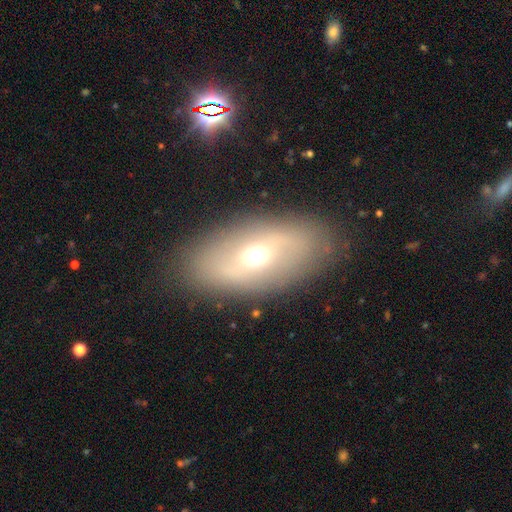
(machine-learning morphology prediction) Smooth or featured?
  - featured or disk: 49% *
  - smooth: 41%
  - star or artifact: 10%
Merging?
  - none: 86% *
  - minor disturbance: 9%
  - major disturbance: 3%
  - merger: 1%